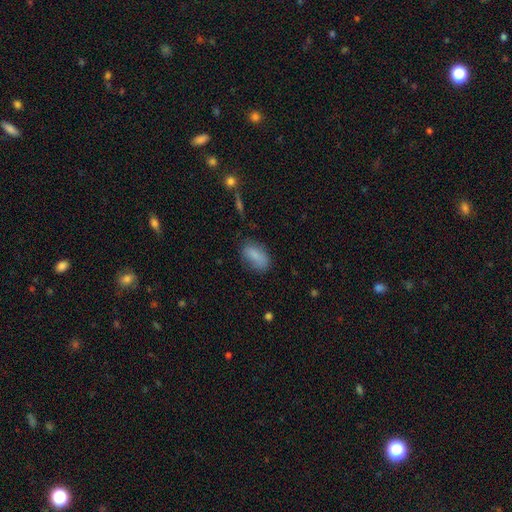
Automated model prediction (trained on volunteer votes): Smooth or featured? Predicted: smooth (p=0.84). How rounded? Predicted: in between (p=0.90). Merging? Predicted: none (p=0.69).